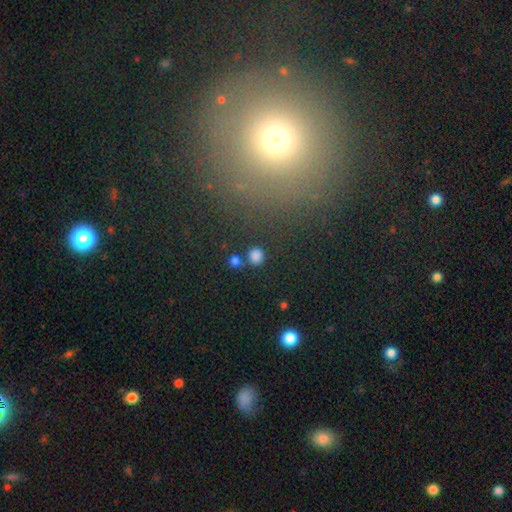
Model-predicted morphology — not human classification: smooth-or-featured: smooth: 82% | star or artifact: 14% | featured or disk: 4%
  how-rounded: round: 92% | in between: 7% | cigar-shaped: 1%
  merging: none: 79% | merger: 9% | minor disturbance: 8% | major disturbance: 4%